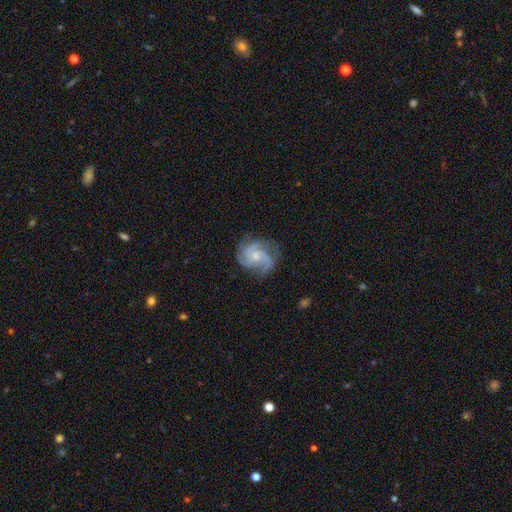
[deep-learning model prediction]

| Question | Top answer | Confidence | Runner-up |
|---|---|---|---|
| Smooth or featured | featured or disk | 85% | smooth (9%) |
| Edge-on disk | no | 98% | yes (2%) |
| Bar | no | 73% | weak (23%) |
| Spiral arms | yes | 97% | no (3%) |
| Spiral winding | medium | 48% | tight (39%) |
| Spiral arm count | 3 | 48% | 4 (17%) |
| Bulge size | small | 61% | moderate (32%) |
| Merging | none | 72% | minor disturbance (19%) |